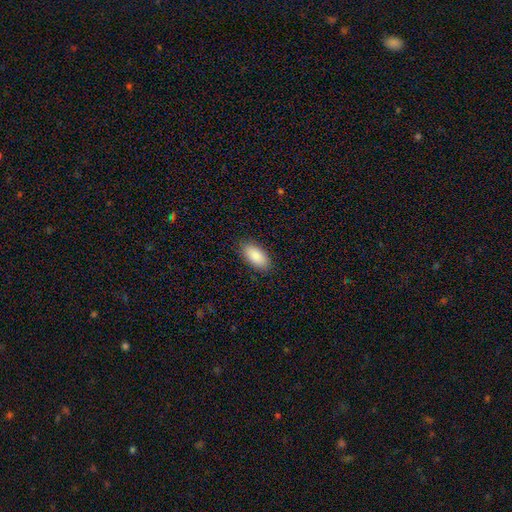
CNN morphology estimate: A smooth galaxy with no disk features (89%) that is in between round and cigar-shaped (94%). Merging: none (88%).